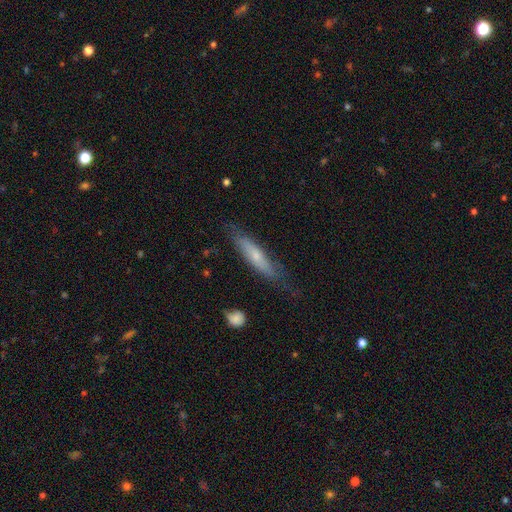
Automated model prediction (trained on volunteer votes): Q: Smooth or featured?
A: smooth (53%); runner-up: featured or disk (41%)
Q: How rounded?
A: cigar-shaped (82%); runner-up: in between (16%)
Q: Merging?
A: none (71%); runner-up: minor disturbance (21%)